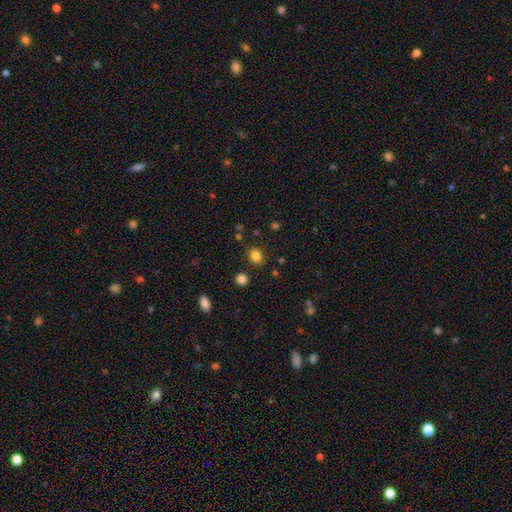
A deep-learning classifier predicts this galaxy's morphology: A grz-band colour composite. It shows a smooth galaxy with no disk features (83%) that is round (56%). Merging: none (83%).